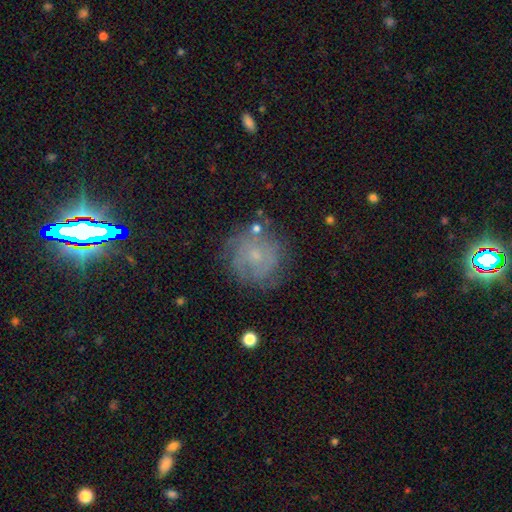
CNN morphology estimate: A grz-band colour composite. It shows a featured or disk galaxy (56%) with no bar (77%), spiral arms (83%) and a small central bulge (73%). Merging: none (75%).